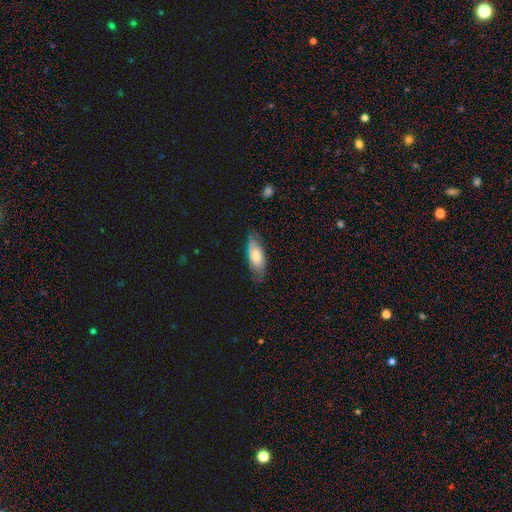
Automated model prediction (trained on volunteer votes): Smooth or featured? Predicted: smooth (p=0.61). How rounded? Predicted: in between (p=0.83). Merging? Predicted: none (p=0.71).